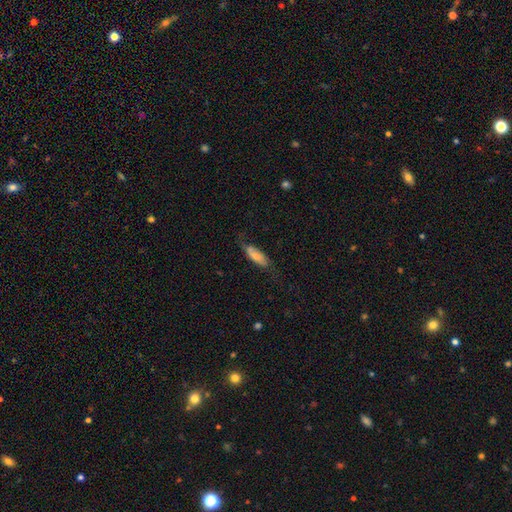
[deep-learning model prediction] Smooth or featured? Predicted: smooth (p=0.66). How rounded? Predicted: in between (p=0.64). Merging? Predicted: none (p=0.61).